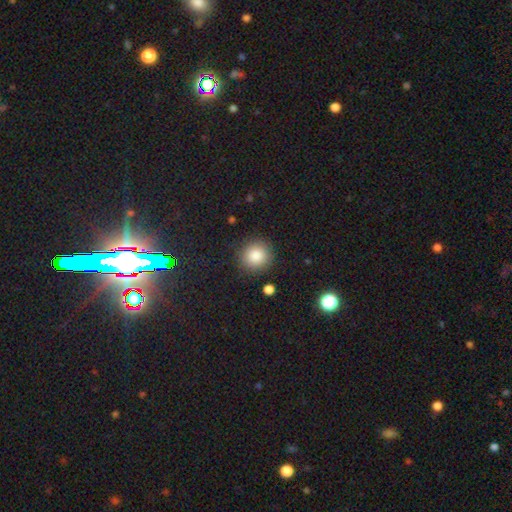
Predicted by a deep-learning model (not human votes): smooth_or_featured: smooth (p=0.86) [alt: star or artifact p=0.09]
how_rounded: round (p=0.92) [alt: in between p=0.07]
merging: none (p=0.89) [alt: minor disturbance p=0.07]